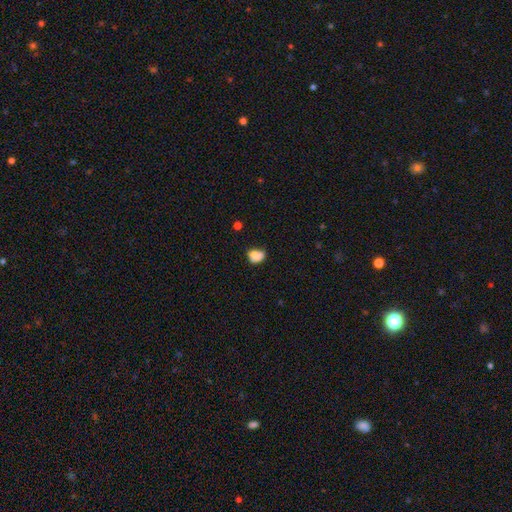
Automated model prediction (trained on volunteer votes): Morphology: type=smooth (76%); roundness=in between (57%); merging=none (44%).